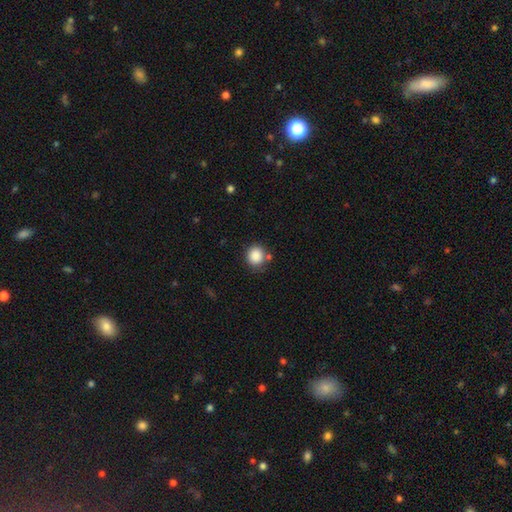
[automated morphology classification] Smooth or featured? Predicted: smooth (p=0.87). How rounded? Predicted: round (p=0.83). Merging? Predicted: none (p=0.77).